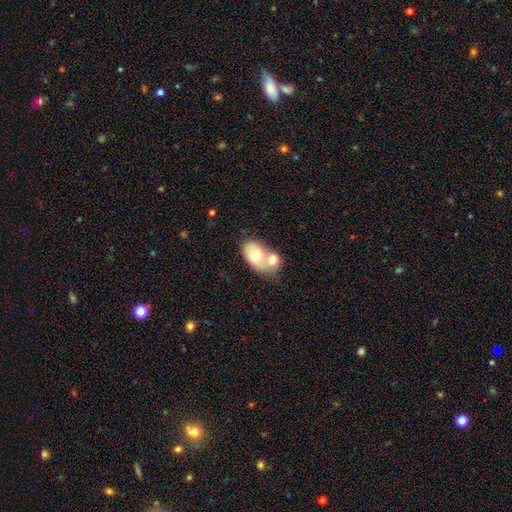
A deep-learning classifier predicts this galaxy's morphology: smooth 66%, featured or disk 28%, star or artifact 6%. Down the decision tree: how rounded — in between (82%); merging — merger (71%).